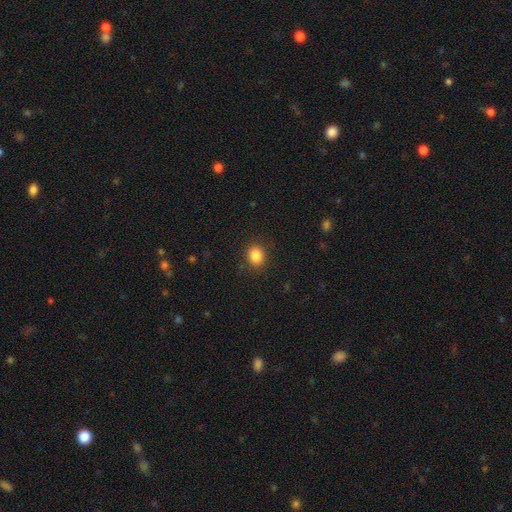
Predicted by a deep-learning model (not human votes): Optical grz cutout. It shows a smooth galaxy with no disk features (85%) that is round (58%). Merging: none (88%).